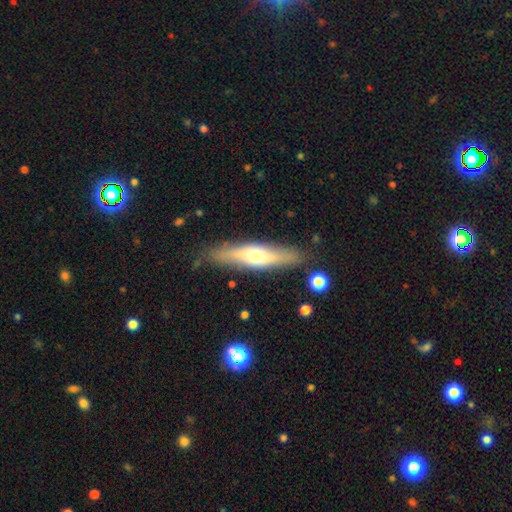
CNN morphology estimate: Smooth or featured?
  - featured or disk: 48% *
  - smooth: 46%
  - star or artifact: 6%
Merging?
  - none: 84% *
  - minor disturbance: 11%
  - major disturbance: 3%
  - merger: 2%